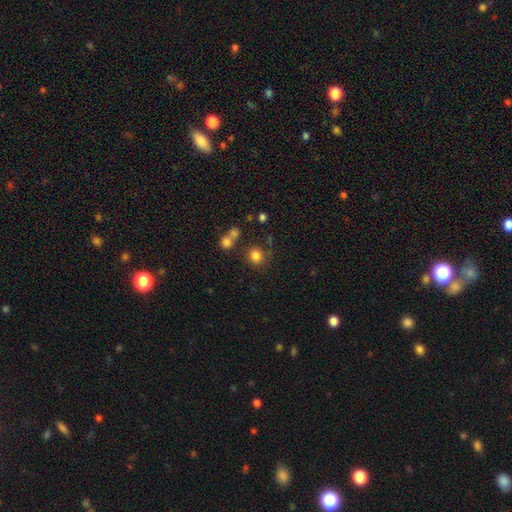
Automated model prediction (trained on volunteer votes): The model was most divided on "merging": none: 74%, merger: 12%, minor disturbance: 10%, major disturbance: 4%. More confident: how rounded — round (88%); smooth or featured — smooth (81%).